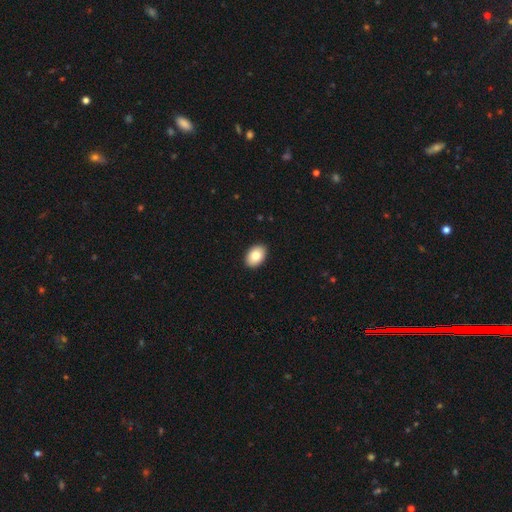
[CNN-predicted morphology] smooth-or-featured: smooth: 81% | featured or disk: 12% | star or artifact: 7%
  how-rounded: in between: 86% | round: 13% | cigar-shaped: 1%
  merging: none: 92% | minor disturbance: 6% | major disturbance: 1% | merger: 1%